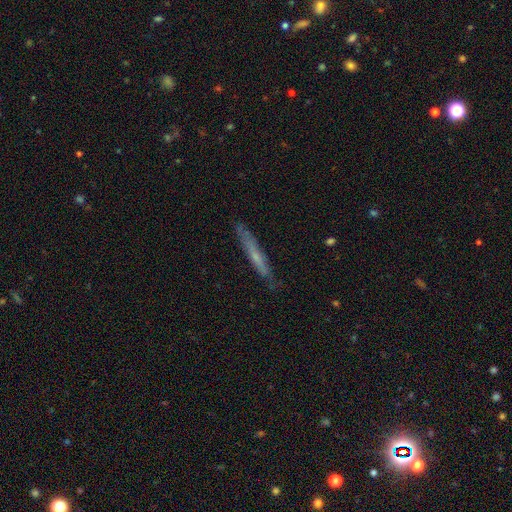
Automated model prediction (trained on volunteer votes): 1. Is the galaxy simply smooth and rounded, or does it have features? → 48% featured or disk, 45% smooth, 7% star or artifact.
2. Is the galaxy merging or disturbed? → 80% none, 16% minor disturbance, 3% major disturbance, 2% merger.